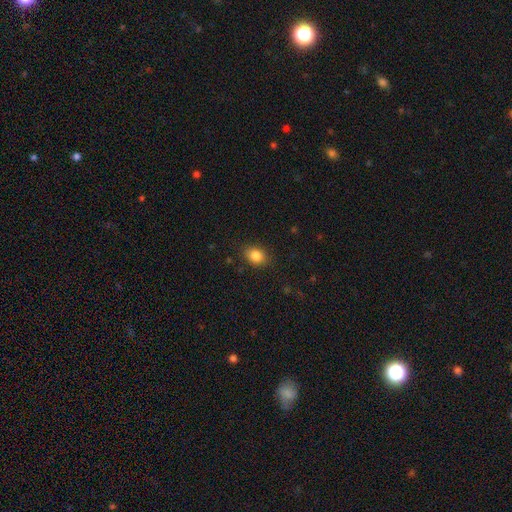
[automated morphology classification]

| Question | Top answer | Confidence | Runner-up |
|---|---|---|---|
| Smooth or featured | smooth | 85% | star or artifact (9%) |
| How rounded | in between | 64% | round (35%) |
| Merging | none | 86% | minor disturbance (11%) |